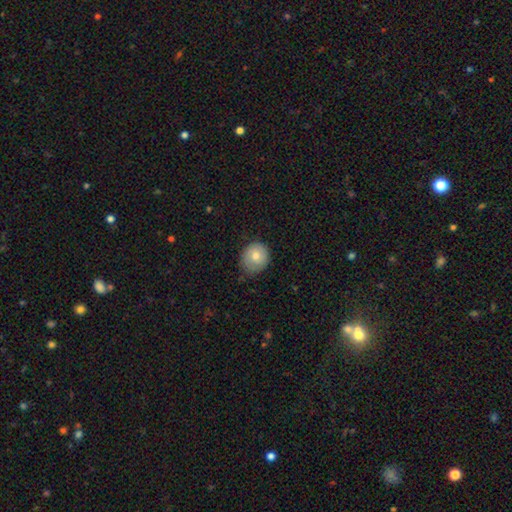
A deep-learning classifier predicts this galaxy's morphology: A smooth galaxy with no disk features (75%) that is round (77%).

Vote fractions:
- Smooth or featured? smooth: 75% / featured or disk: 17% / star or artifact: 8%
- How rounded? round: 77% / in between: 22% / cigar-shaped: 1%
- Merging? none: 73% / minor disturbance: 23% / major disturbance: 4% / merger: 1%